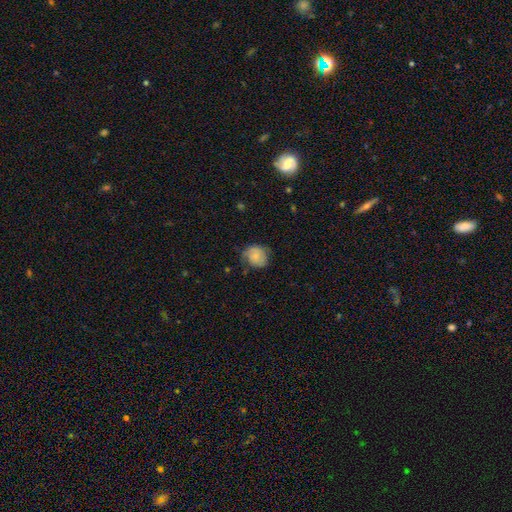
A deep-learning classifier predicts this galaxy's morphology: smooth_or_featured: smooth (p=0.55) [alt: featured or disk p=0.37]
how_rounded: round (p=0.72) [alt: in between p=0.27]
merging: none (p=0.60) [alt: minor disturbance p=0.29]